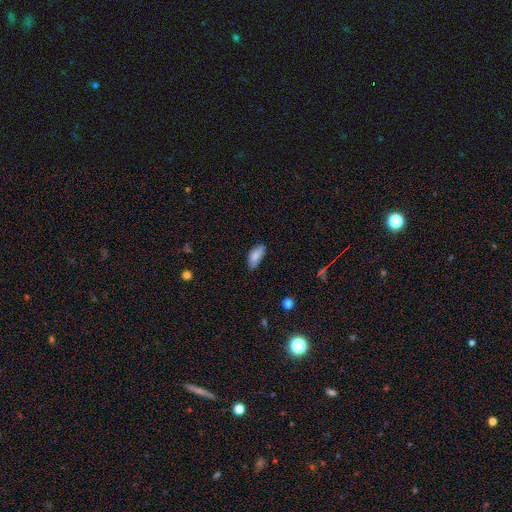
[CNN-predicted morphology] smooth 82%, featured or disk 11%, star or artifact 7%. Down the decision tree: how rounded — in between (84%); merging — none (66%).